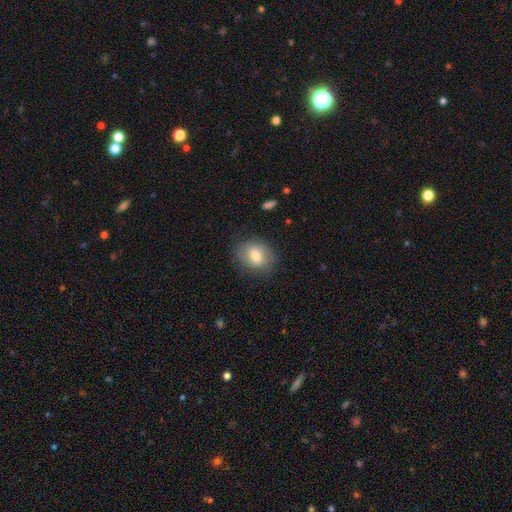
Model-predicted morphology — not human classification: Q: Smooth or featured?
A: smooth (69%); runner-up: featured or disk (23%)
Q: How rounded?
A: round (50%); runner-up: in between (49%)
Q: Merging?
A: none (78%); runner-up: minor disturbance (16%)